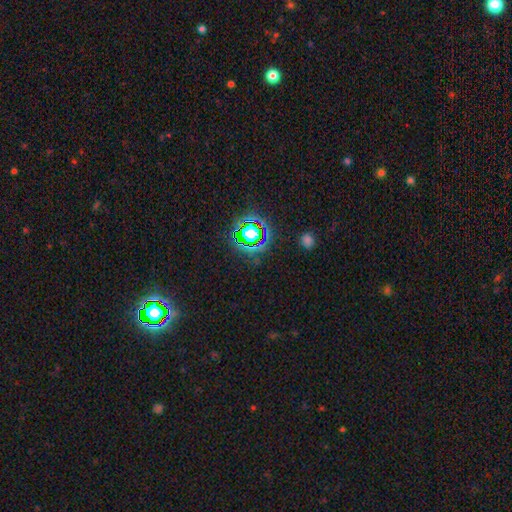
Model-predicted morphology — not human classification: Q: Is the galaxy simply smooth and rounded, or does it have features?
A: star or artifact — 78%.